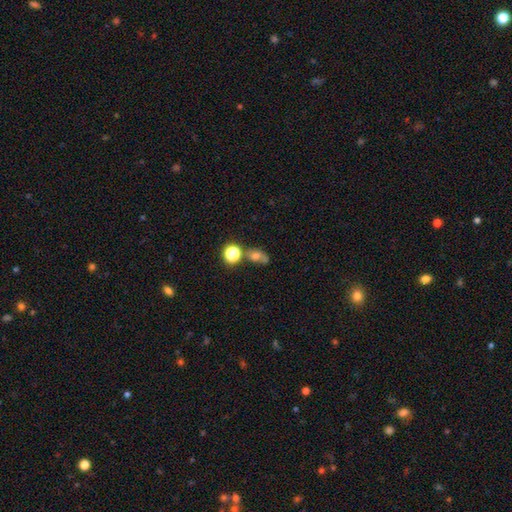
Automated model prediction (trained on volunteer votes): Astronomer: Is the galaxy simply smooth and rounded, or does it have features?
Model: smooth — 61%.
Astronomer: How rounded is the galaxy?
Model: in between — 52% (runner-up: round, 44%).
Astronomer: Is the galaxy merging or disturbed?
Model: none — 41% (runner-up: merger, 26%).